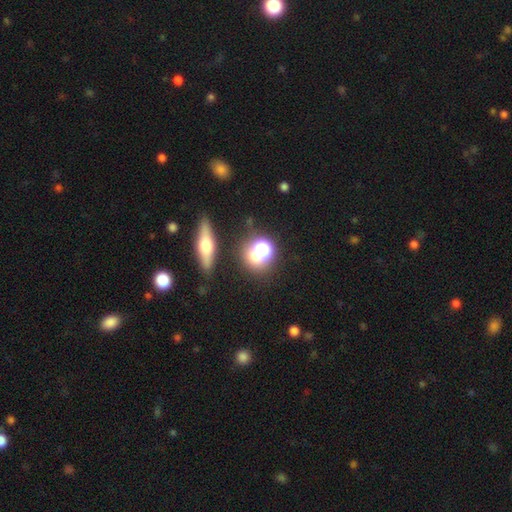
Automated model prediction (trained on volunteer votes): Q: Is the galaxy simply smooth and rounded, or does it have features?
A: smooth — 52%.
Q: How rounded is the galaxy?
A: round — 75%.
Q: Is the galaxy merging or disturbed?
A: none — 71%.